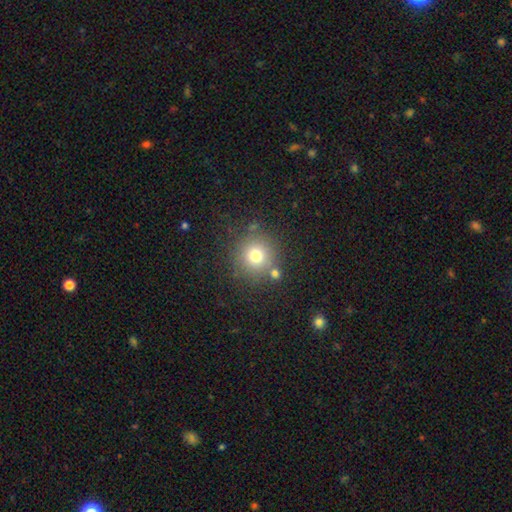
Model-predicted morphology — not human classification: type=smooth (75%); roundness=round (93%); merging=none (79%).